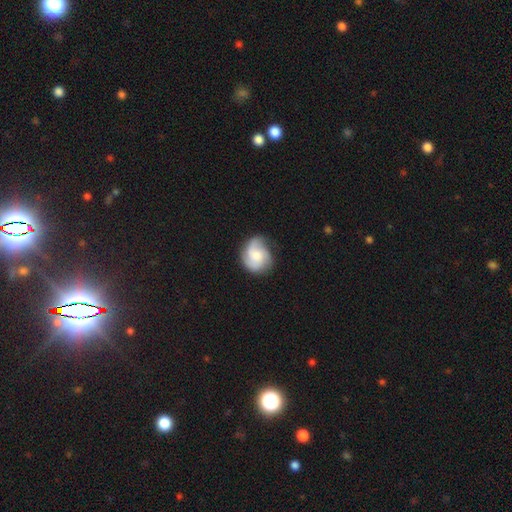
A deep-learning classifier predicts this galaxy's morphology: Overall: featured or disk (65%; smooth 29%). Edge-on disk: no (98%). Bar: no (70%). Spiral arms: yes (95%). Spiral arm count: 3 (63%). Spiral winding: medium (46%; tight 32%). Bulge size: moderate (45%; small 27%). Merging: none (70%).